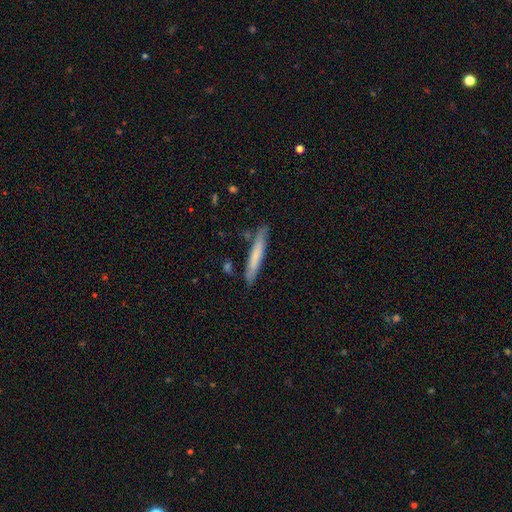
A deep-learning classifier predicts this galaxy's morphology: A smooth galaxy with no disk features (68%) that is cigar-shaped (95%). Merging: none (84%).